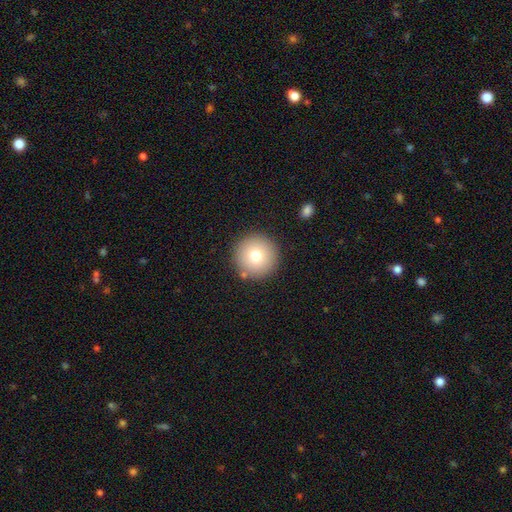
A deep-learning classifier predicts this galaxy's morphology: Smooth or featured? smooth (75%)
How rounded? round (97%)
Merging? none (88%)